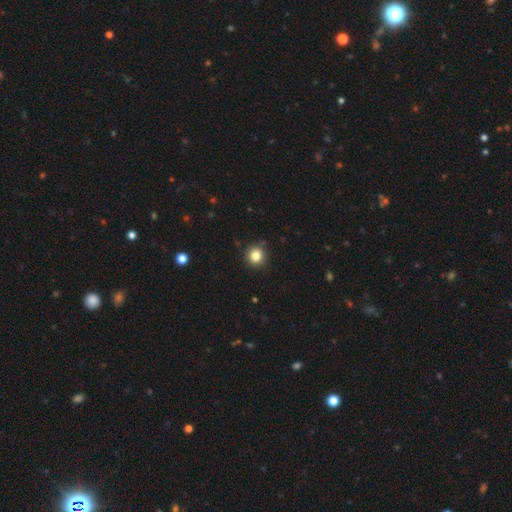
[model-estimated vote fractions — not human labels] smooth_or_featured: smooth (p=0.82) [alt: star or artifact p=0.12]
how_rounded: round (p=0.93) [alt: in between p=0.06]
merging: none (p=0.89) [alt: minor disturbance p=0.08]